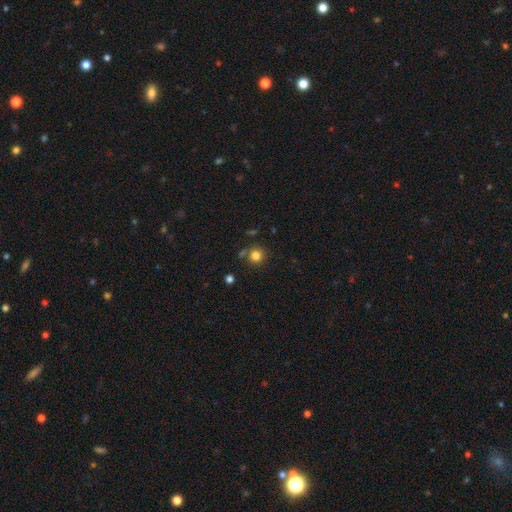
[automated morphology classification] A smooth galaxy with no disk features (82%) that is round (92%).

Vote fractions:
- Smooth or featured? smooth: 82% / star or artifact: 13% / featured or disk: 6%
- How rounded? round: 92% / in between: 7% / cigar-shaped: 1%
- Merging? none: 77% / minor disturbance: 11% / merger: 9% / major disturbance: 4%